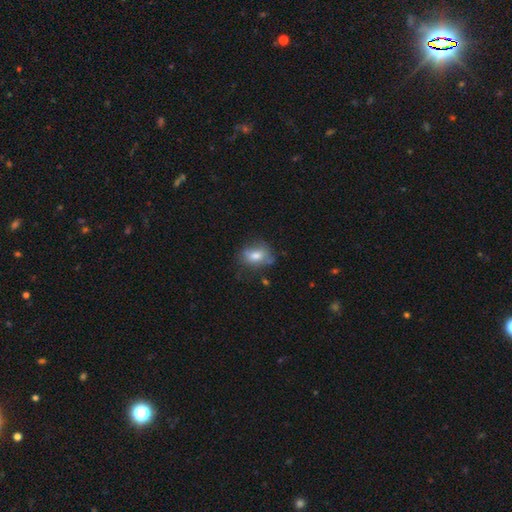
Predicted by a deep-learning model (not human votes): Smooth or featured: smooth — 70% (featured or disk — 21%)
How rounded: in between — 71% (round — 27%)
Merging: none — 58% (minor disturbance — 28%)